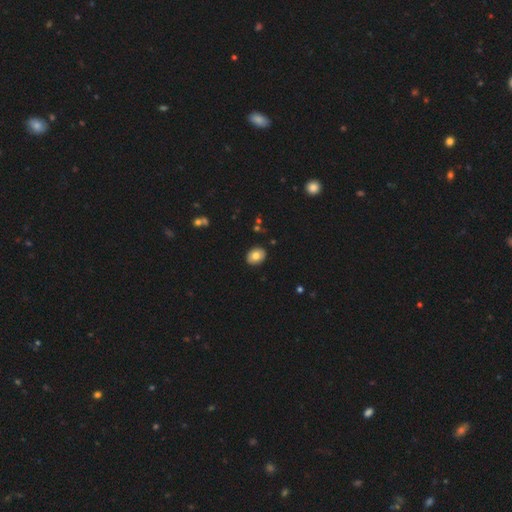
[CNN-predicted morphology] This appears to be a smooth galaxy with no disk features (77%) that is in between round and cigar-shaped (63%). Merging: none (89%).